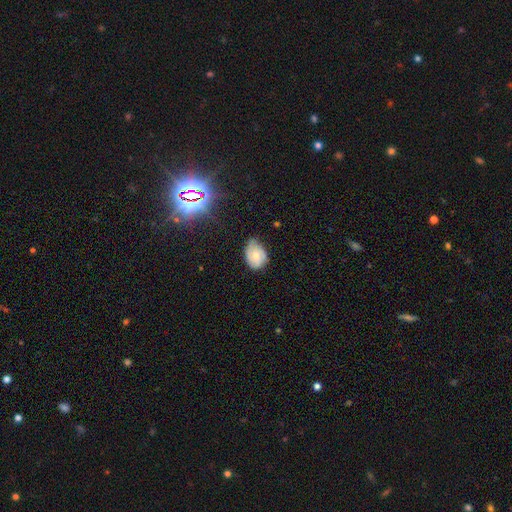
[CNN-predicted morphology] Smooth or featured?
  - smooth: 54% *
  - featured or disk: 37%
  - star or artifact: 10%
How rounded?
  - in between: 69% *
  - round: 30%
  - cigar-shaped: 1%
Merging?
  - none: 50% *
  - minor disturbance: 40%
  - major disturbance: 9%
  - merger: 2%